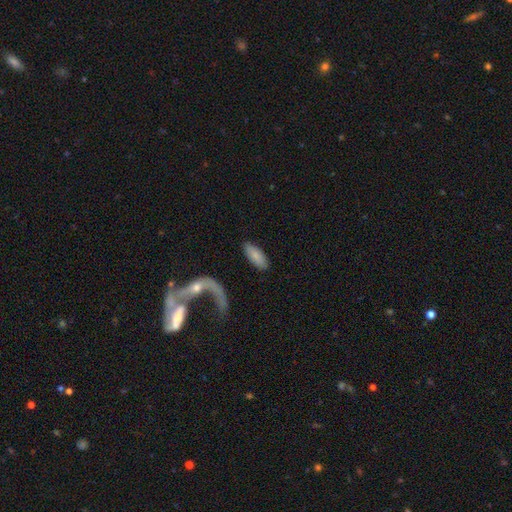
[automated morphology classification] Q: Smooth or featured?
A: smooth (82%); runner-up: featured or disk (13%)
Q: How rounded?
A: in between (79%); runner-up: cigar-shaped (19%)
Q: Merging?
A: none (78%); runner-up: minor disturbance (12%)